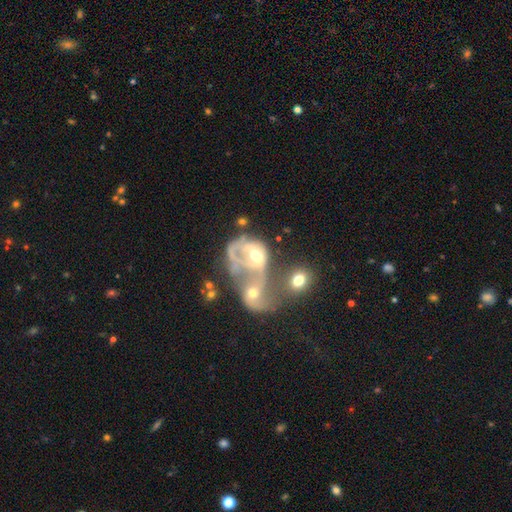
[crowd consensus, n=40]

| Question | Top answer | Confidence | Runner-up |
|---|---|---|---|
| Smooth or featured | featured or disk | 75% | smooth (20%) |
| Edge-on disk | no | 97% | yes (3%) |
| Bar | no | 59% | weak (34%) |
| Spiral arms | yes | 79% | no (21%) |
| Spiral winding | loose | 52% | medium (26%) |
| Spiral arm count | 2 | 39% | can't tell (35%) |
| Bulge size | moderate | 86% | large (7%) |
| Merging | merger | 89% | none (5%) |